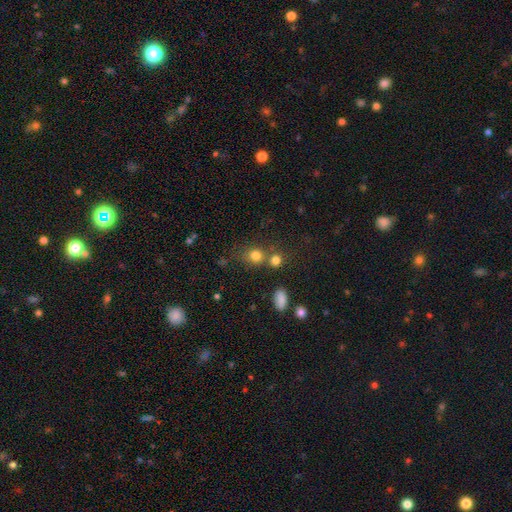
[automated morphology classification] smooth_or_featured: smooth (p=0.79) [alt: star or artifact p=0.14]
how_rounded: round (p=0.74) [alt: in between p=0.25]
merging: none (p=0.58) [alt: merger p=0.25]